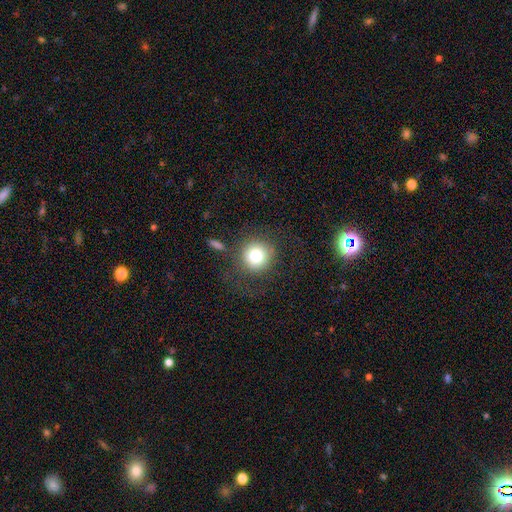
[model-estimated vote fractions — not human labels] smooth-or-featured: smooth: 78% | featured or disk: 11% | star or artifact: 11%
  how-rounded: round: 94% | in between: 6% | cigar-shaped: 1%
  merging: none: 76% | minor disturbance: 12% | major disturbance: 9% | merger: 4%